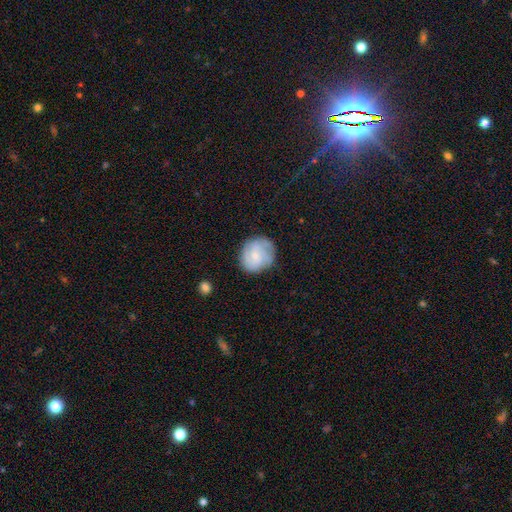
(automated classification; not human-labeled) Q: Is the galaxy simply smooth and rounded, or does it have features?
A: featured or disk — 51%.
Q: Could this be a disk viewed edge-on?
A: no — 98%.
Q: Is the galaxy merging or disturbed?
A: none — 76%.